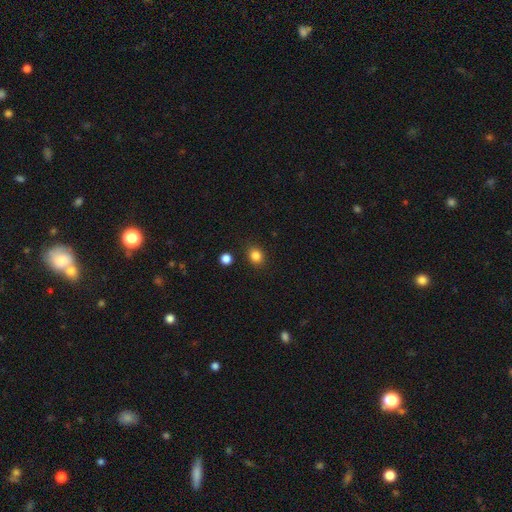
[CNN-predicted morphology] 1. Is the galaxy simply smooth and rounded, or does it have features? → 84% smooth, 12% star or artifact, 4% featured or disk.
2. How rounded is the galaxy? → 67% round, 32% in between, 1% cigar-shaped.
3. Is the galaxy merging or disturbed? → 87% none, 8% minor disturbance, 3% merger, 2% major disturbance.